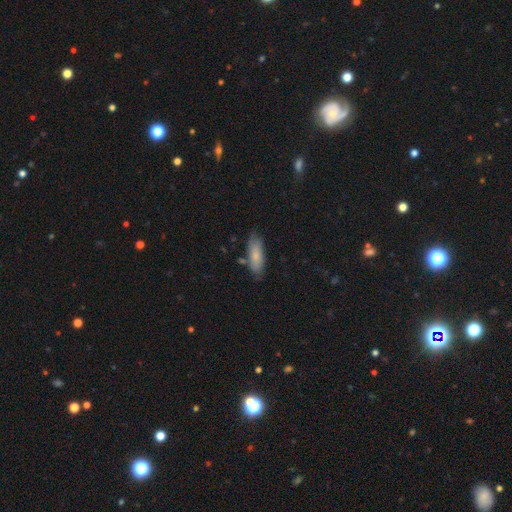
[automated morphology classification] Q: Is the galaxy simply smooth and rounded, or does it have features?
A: smooth — 79%.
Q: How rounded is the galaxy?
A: in between — 61%.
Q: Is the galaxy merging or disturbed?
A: none — 75%.